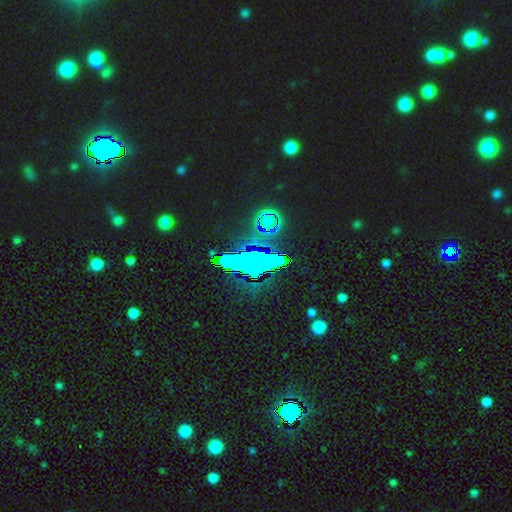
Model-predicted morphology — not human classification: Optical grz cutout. It shows a star or artifact, not a galaxy (69%).